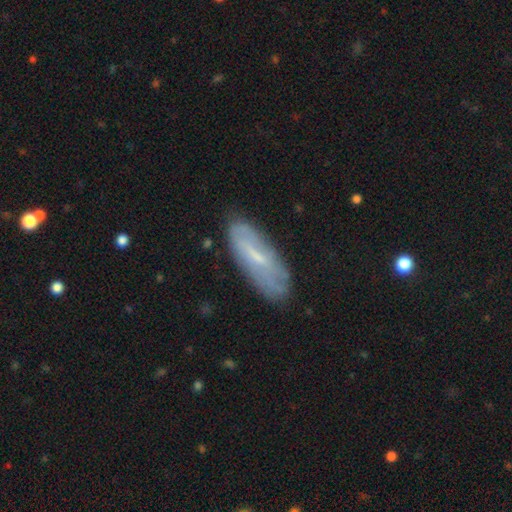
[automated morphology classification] The model was most divided on "smooth or featured": featured or disk: 47%, smooth: 46%, star or artifact: 7%. More confident: merging — none (78%).